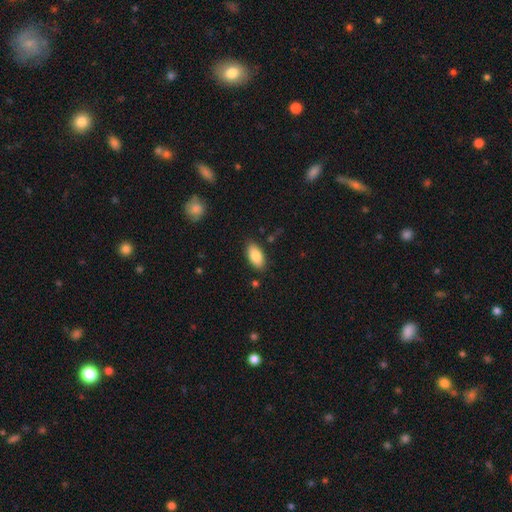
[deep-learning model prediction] smooth 84%, featured or disk 9%, star or artifact 7%. Down the decision tree: how rounded — in between (93%); merging — none (84%).